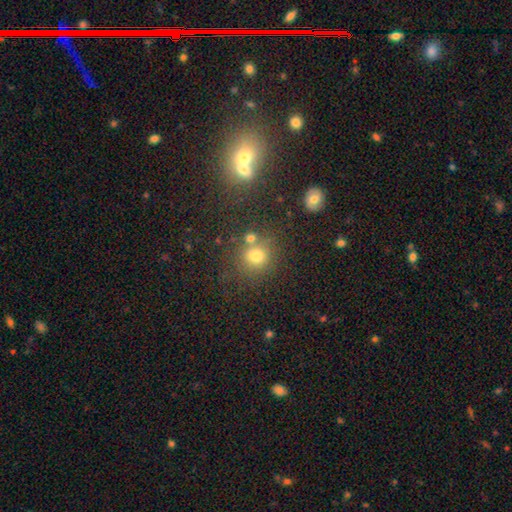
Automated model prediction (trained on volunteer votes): smooth_or_featured: smooth (p=0.74) [alt: star or artifact p=0.18]
how_rounded: round (p=0.83) [alt: in between p=0.16]
merging: none (p=0.66) [alt: merger p=0.17]